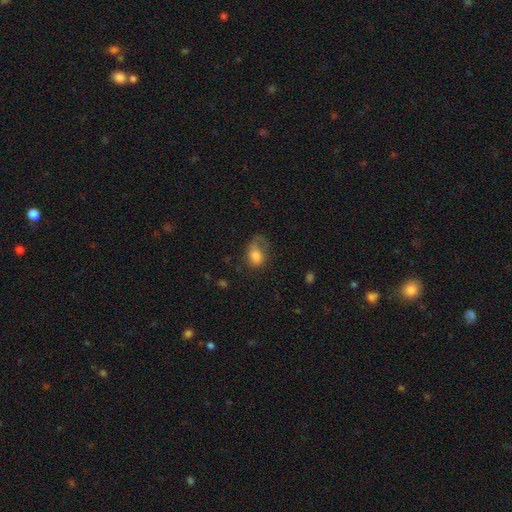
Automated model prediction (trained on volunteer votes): Smooth or featured: smooth — 77% (featured or disk — 14%)
How rounded: in between — 79% (round — 20%)
Merging: major disturbance — 34% (none — 32%)